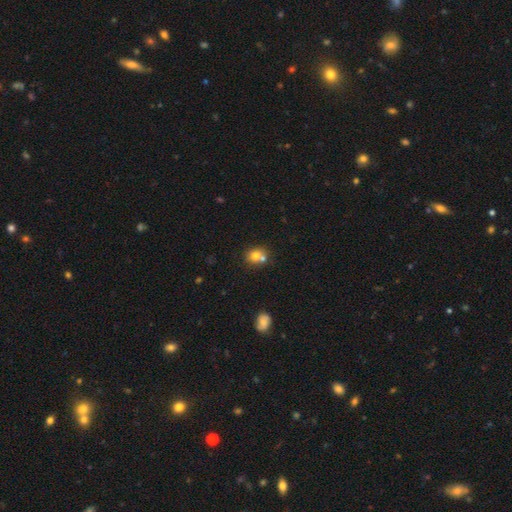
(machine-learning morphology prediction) This appears to be a smooth galaxy with no disk features (72%) that is round (75%). Merging: merger (45%).